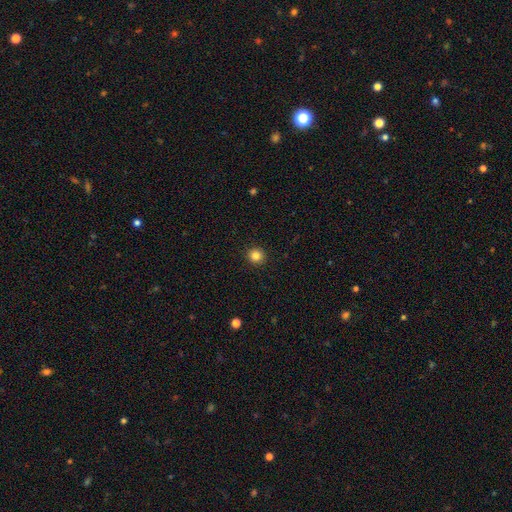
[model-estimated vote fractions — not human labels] The model was most divided on "smooth or featured": smooth: 83%, star or artifact: 12%, featured or disk: 5%. More confident: merging — none (92%); how rounded — round (92%).